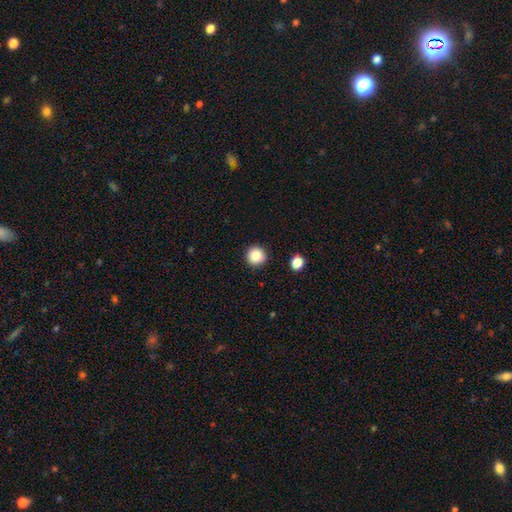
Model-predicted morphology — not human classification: A smooth galaxy with no disk features (87%) that is round (95%). Merging: none (91%).